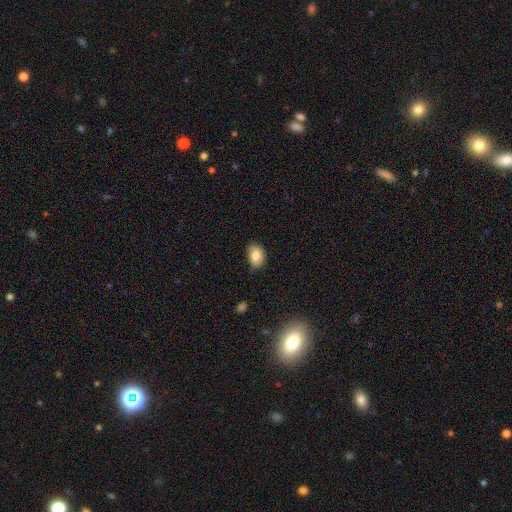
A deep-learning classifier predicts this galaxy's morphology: smooth 85%, star or artifact 8%, featured or disk 7%. Down the decision tree: how rounded — in between (82%); merging — none (78%).